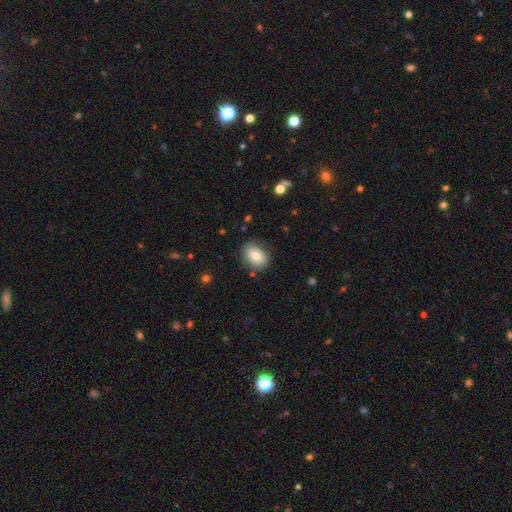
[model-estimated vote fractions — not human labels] This is likely a smooth galaxy (75%). How rounded: likely in between (70%). Merging: likely none (79%).